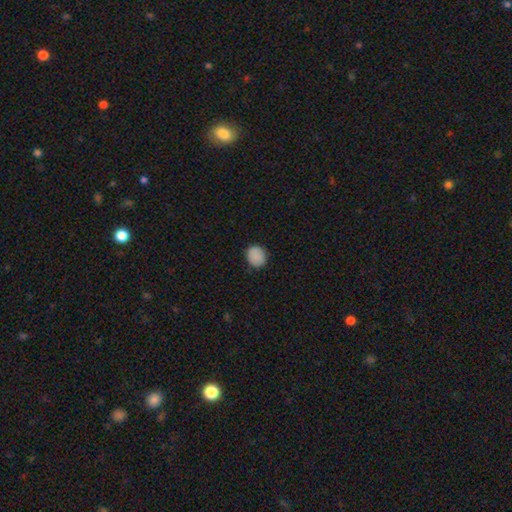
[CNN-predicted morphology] A smooth galaxy with no disk features (88%) that is round (71%). Merging: none (84%).